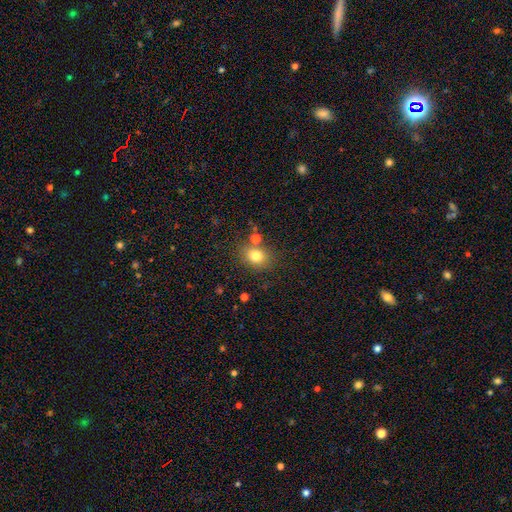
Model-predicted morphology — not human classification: The model was most divided on "how rounded": round: 54%, in between: 45%, cigar-shaped: 1%. More confident: smooth or featured — smooth (79%); merging — none (74%).